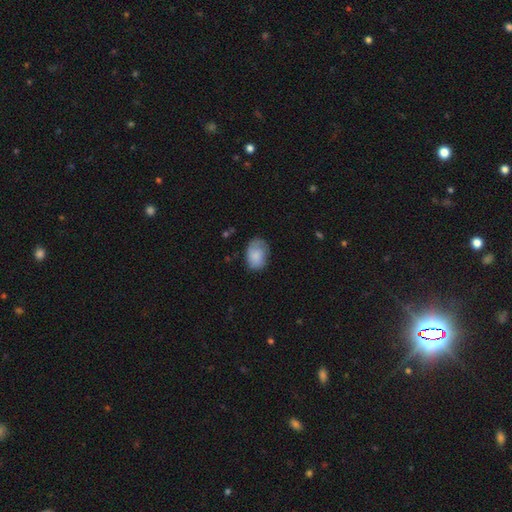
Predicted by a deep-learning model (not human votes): A smooth galaxy with no disk features (78%) that is in between round and cigar-shaped (80%).

Vote fractions:
- Smooth or featured? smooth: 78% / featured or disk: 15% / star or artifact: 7%
- How rounded? in between: 80% / round: 19% / cigar-shaped: 1%
- Merging? none: 63% / minor disturbance: 28% / major disturbance: 8% / merger: 2%